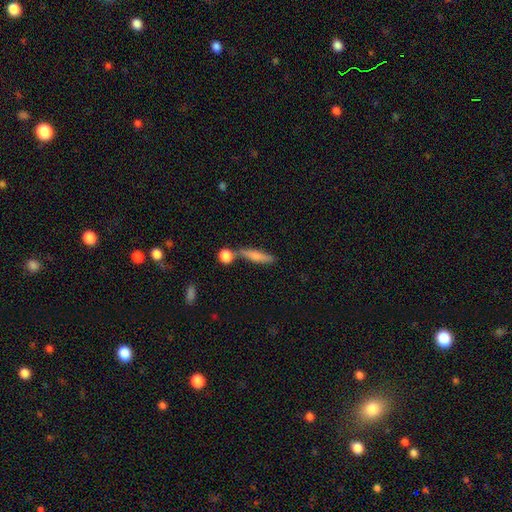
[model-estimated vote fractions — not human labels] Smooth or featured?
  - smooth: 67% *
  - featured or disk: 26%
  - star or artifact: 7%
How rounded?
  - cigar-shaped: 76% *
  - in between: 20%
  - round: 4%
Merging?
  - none: 59% *
  - merger: 23%
  - minor disturbance: 14%
  - major disturbance: 5%